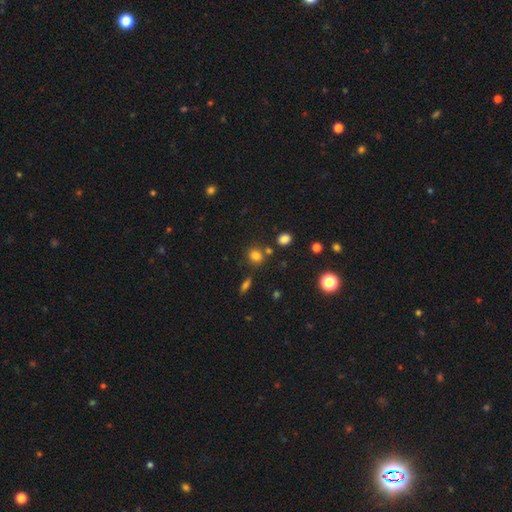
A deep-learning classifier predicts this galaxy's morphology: A smooth galaxy with no disk features (79%) that is round (65%). Merging: none (72%).